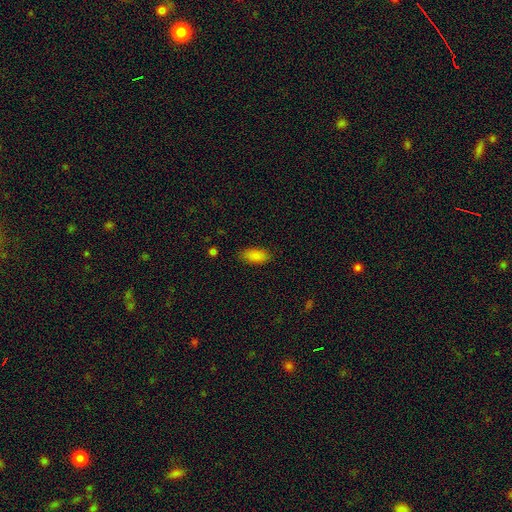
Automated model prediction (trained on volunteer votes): smooth-or-featured: smooth: 87% | star or artifact: 9% | featured or disk: 5%
  how-rounded: in between: 90% | cigar-shaped: 7% | round: 2%
  merging: none: 85% | minor disturbance: 11% | major disturbance: 3% | merger: 1%